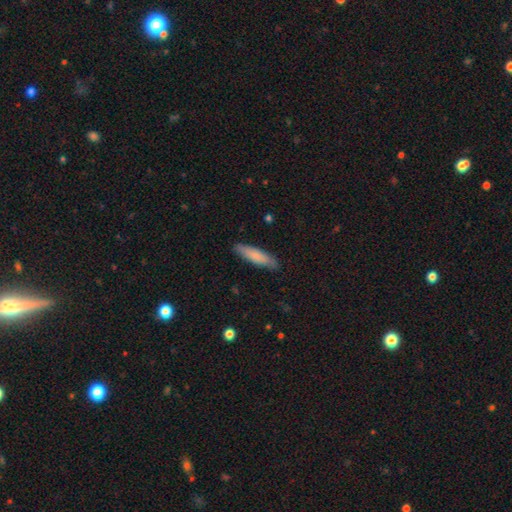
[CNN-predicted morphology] This appears to be a smooth galaxy with no disk features (78%) that is cigar-shaped (77%). Merging: none (87%).